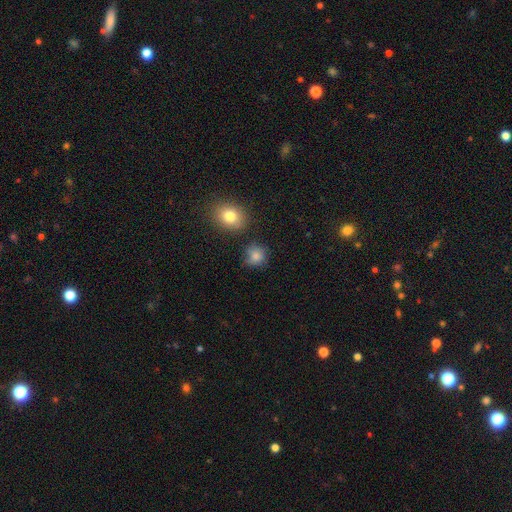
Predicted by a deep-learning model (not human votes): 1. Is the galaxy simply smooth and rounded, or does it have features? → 82% smooth, 12% star or artifact, 6% featured or disk.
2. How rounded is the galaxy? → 84% round, 15% in between, 1% cigar-shaped.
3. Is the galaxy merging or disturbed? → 70% none, 19% minor disturbance, 5% merger, 5% major disturbance.